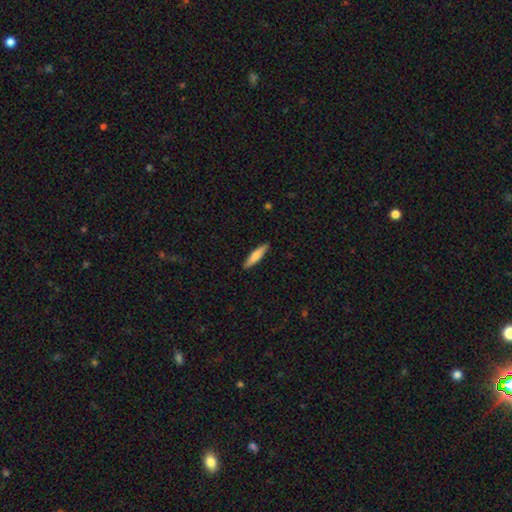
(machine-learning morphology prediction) This is likely a smooth galaxy (74%). How rounded: likely cigar-shaped (79%). Merging: clearly none (89%).